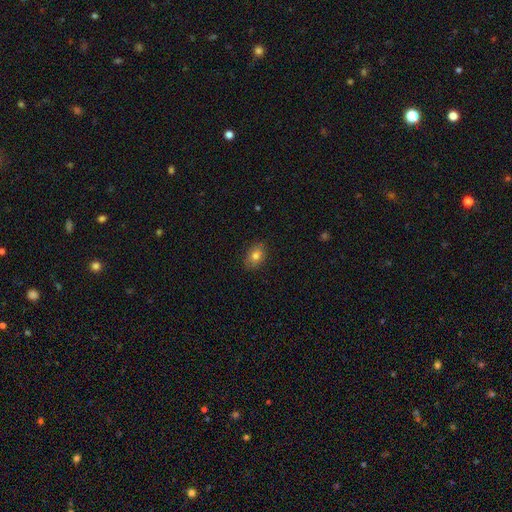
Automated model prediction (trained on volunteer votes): A smooth galaxy with no disk features (79%) that is in between round and cigar-shaped (76%). Merging: none (86%).